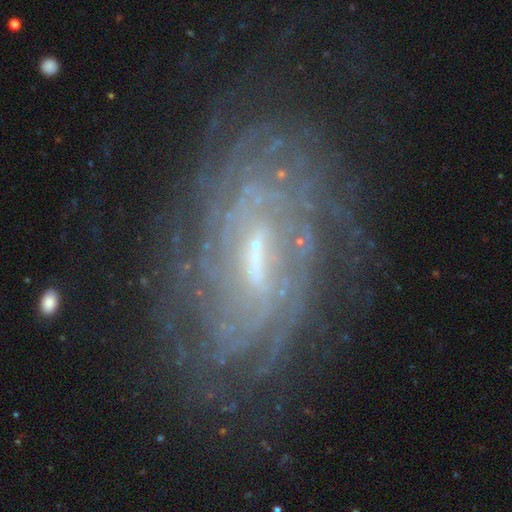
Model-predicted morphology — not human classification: Smooth or featured? Predicted: featured or disk (p=0.85). Edge-on disk? Predicted: no (p=0.94). Bar? Predicted: weak (p=0.50). Spiral arms? Predicted: yes (p=0.93). Spiral winding? Predicted: tight (p=0.75). Spiral arm count? Predicted: can't tell (p=0.48). Bulge size? Predicted: small (p=0.51). Merging? Predicted: none (p=0.75).